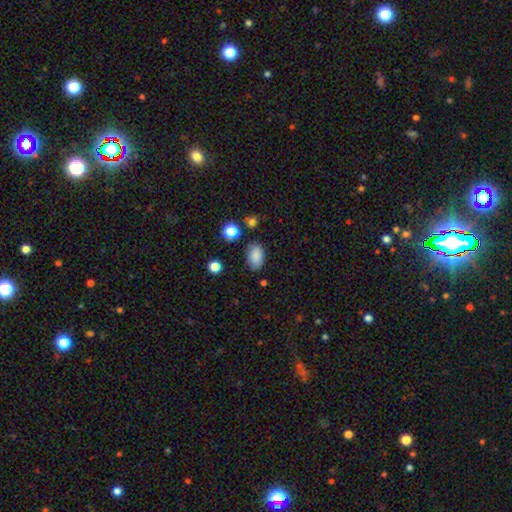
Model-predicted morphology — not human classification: smooth_or_featured: smooth (p=0.86) [alt: star or artifact p=0.09]
how_rounded: in between (p=0.89) [alt: round p=0.10]
merging: none (p=0.78) [alt: minor disturbance p=0.16]